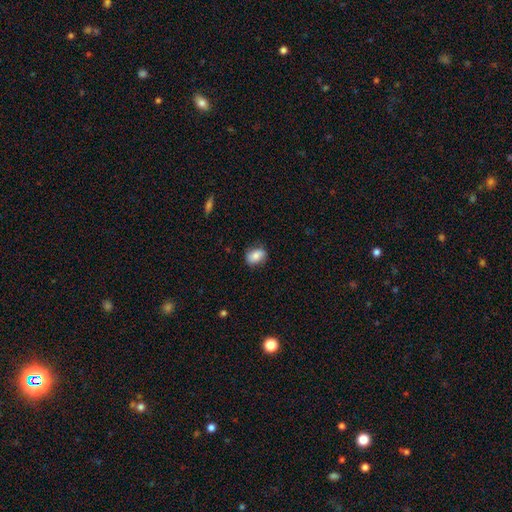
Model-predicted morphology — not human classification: smooth-or-featured: smooth: 82% | featured or disk: 10% | star or artifact: 8%
  how-rounded: in between: 75% | round: 23% | cigar-shaped: 2%
  merging: none: 80% | minor disturbance: 16% | major disturbance: 3% | merger: 1%